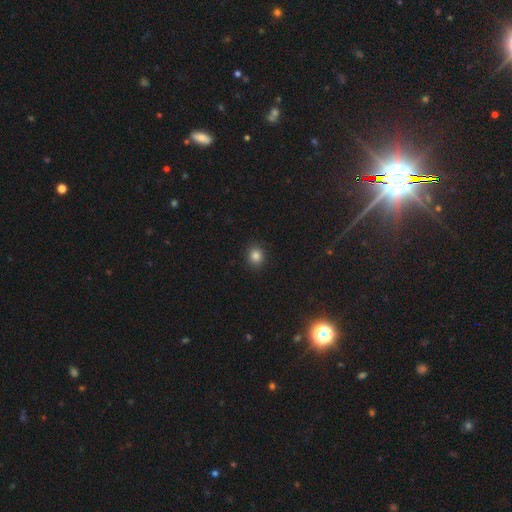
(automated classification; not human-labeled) Morphology: type=smooth (83%); roundness=round (79%); merging=none (91%).